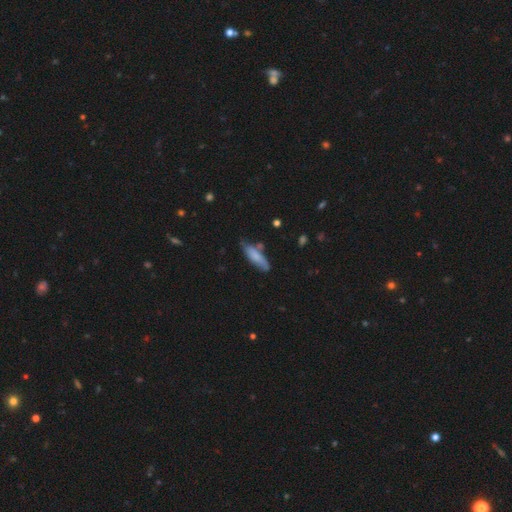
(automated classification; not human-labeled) This is likely a smooth galaxy (73%). How rounded: possibly cigar-shaped (54%). Merging: possibly none (60%).